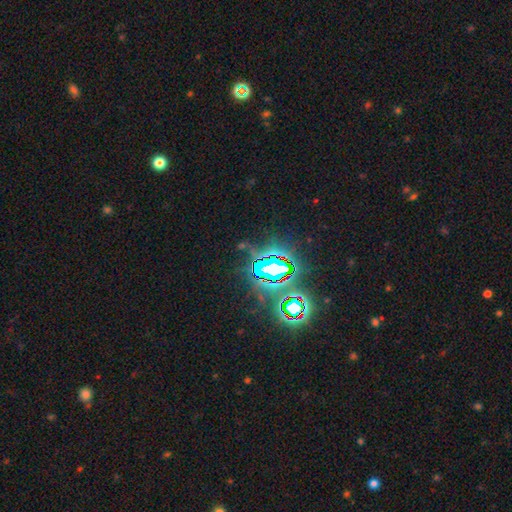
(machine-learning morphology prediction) A star or artifact, not a galaxy (82%).

Vote fractions:
- Smooth or featured? star or artifact: 82% / featured or disk: 9% / smooth: 9%